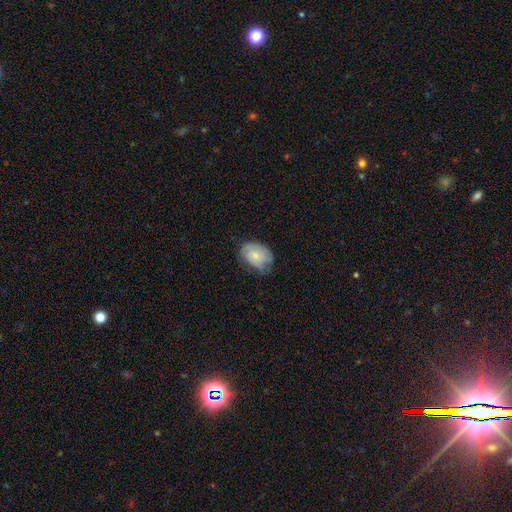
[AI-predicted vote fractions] Smooth or featured?
  - smooth: 61% *
  - featured or disk: 32%
  - star or artifact: 7%
How rounded?
  - in between: 78% *
  - round: 21%
  - cigar-shaped: 1%
Merging?
  - none: 61% *
  - minor disturbance: 31%
  - major disturbance: 8%
  - merger: 1%